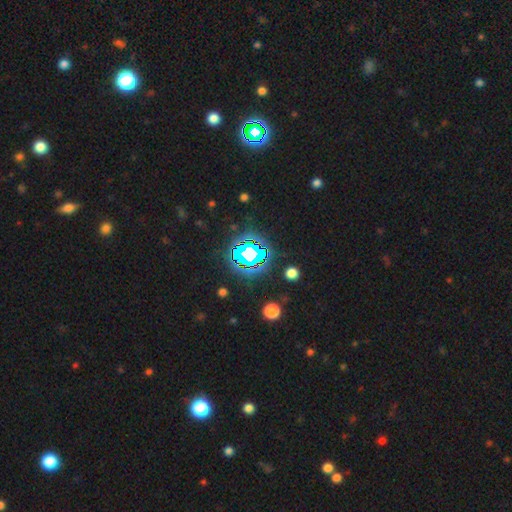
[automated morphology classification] Q: Smooth or featured?
A: star or artifact (84%); runner-up: smooth (10%)